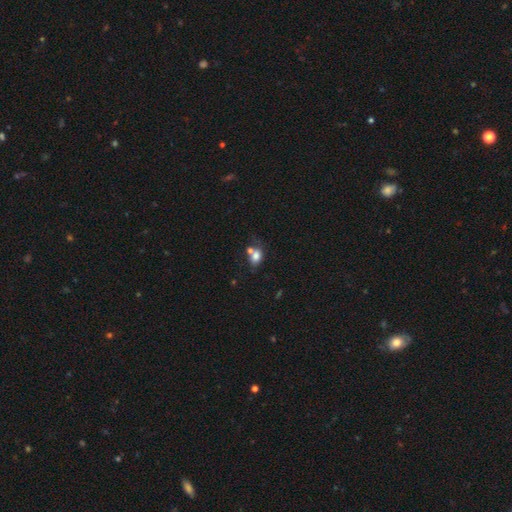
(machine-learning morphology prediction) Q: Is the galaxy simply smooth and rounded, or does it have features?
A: smooth — 76%.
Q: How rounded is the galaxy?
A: in between — 69%.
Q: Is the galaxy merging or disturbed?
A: none — 39%.